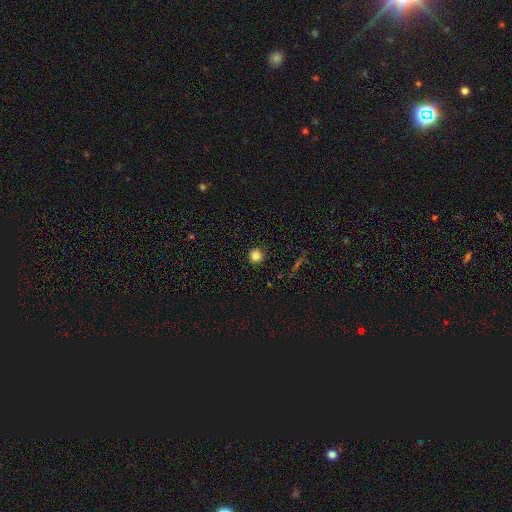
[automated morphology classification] This appears to be a smooth galaxy with no disk features (82%) that is round (95%). Merging: none (92%).